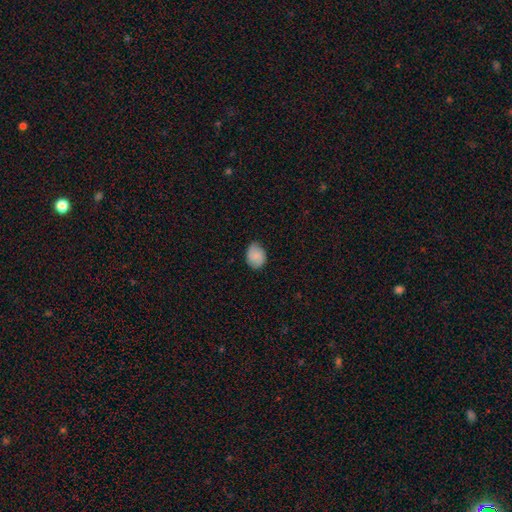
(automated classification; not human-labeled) Smooth or featured: smooth — 82% (featured or disk — 11%)
How rounded: in between — 57% (round — 42%)
Merging: none — 74% (minor disturbance — 22%)